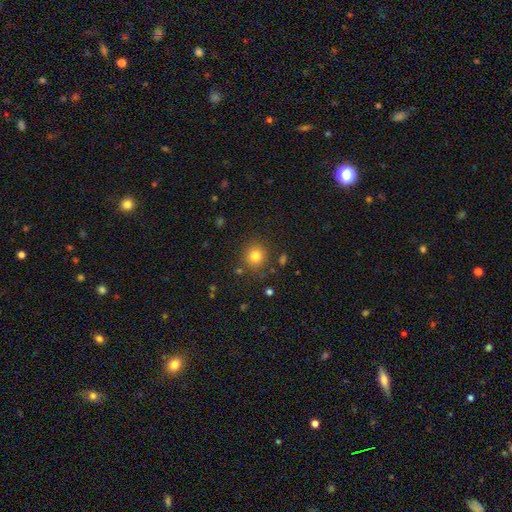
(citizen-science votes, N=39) Q: Smooth or featured?
A: smooth (74%); runner-up: featured or disk (13%)
Q: How rounded?
A: round (100%)
Q: Merging?
A: none (76%); runner-up: minor disturbance (18%)